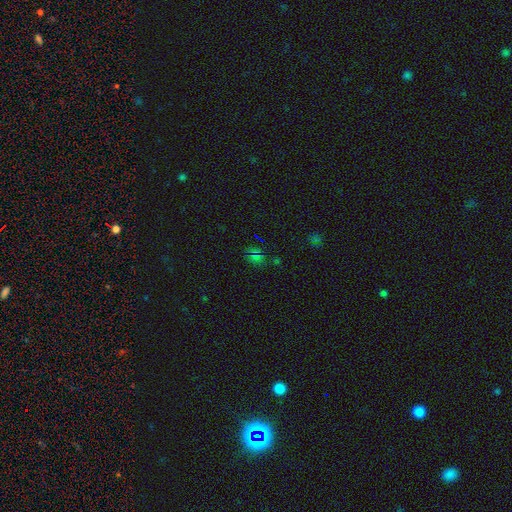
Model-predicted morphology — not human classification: type=smooth (46%); merging=none (79%).